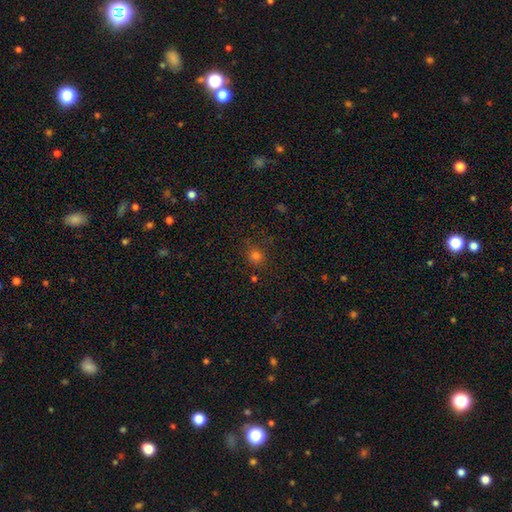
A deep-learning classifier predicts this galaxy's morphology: A smooth galaxy with no disk features (74%) that is round (87%).

Vote fractions:
- Smooth or featured? smooth: 74% / star or artifact: 21% / featured or disk: 6%
- How rounded? round: 87% / in between: 12% / cigar-shaped: 1%
- Merging? none: 81% / minor disturbance: 12% / major disturbance: 4% / merger: 3%